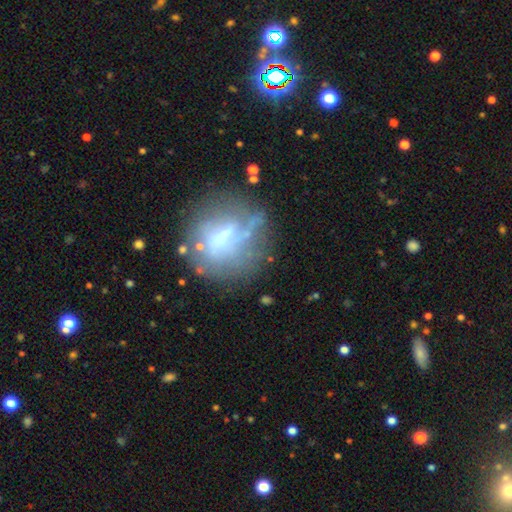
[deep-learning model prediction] smooth_or_featured: featured or disk (p=0.52) [alt: smooth p=0.35]
disk_edge_on: no (p=0.88) [alt: yes p=0.12]
merging: none (p=0.57) [alt: minor disturbance p=0.20]